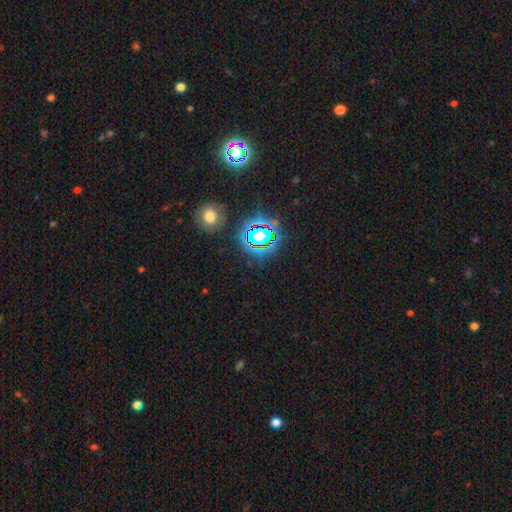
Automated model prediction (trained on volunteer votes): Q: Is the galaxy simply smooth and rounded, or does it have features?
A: star or artifact — 77%.